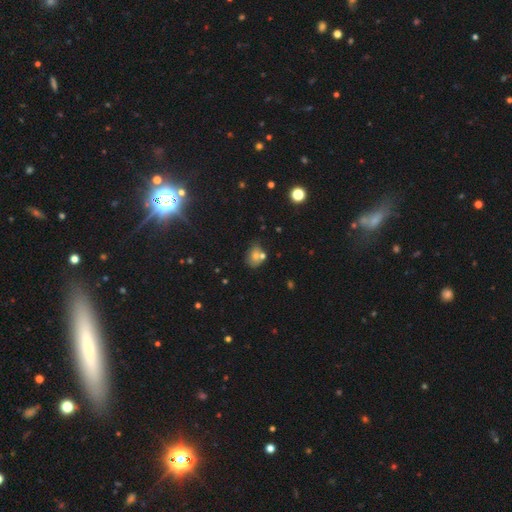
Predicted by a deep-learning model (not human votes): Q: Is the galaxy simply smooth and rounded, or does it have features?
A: smooth — 61%.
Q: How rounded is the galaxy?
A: in between — 57%.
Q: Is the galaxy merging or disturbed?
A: none — 49%.